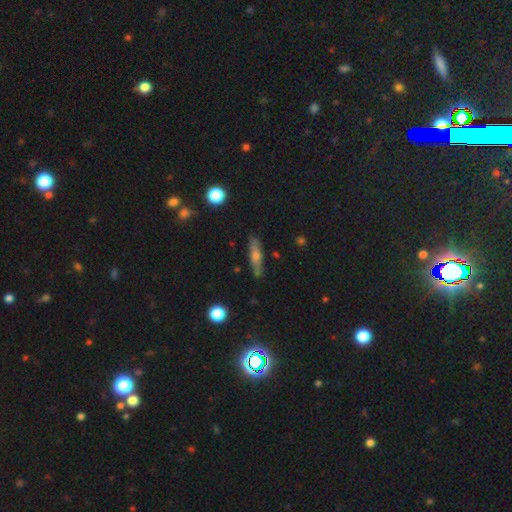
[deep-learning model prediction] smooth_or_featured: smooth (p=0.53) [alt: featured or disk p=0.37]
how_rounded: cigar-shaped (p=0.75) [alt: in between p=0.21]
merging: none (p=0.84) [alt: minor disturbance p=0.12]